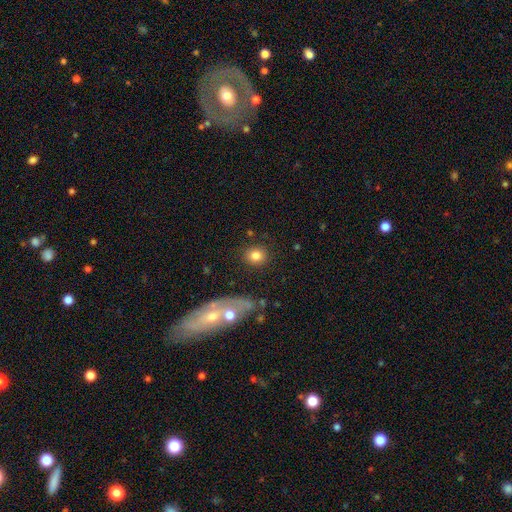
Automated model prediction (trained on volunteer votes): A smooth galaxy with no disk features (81%) that is round (78%). Merging: none (85%).